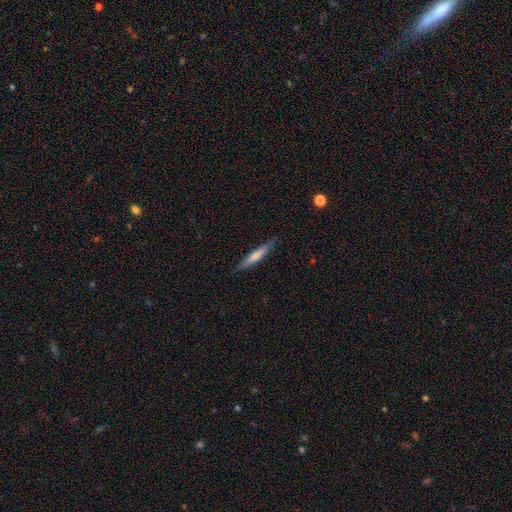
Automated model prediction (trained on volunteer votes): Smooth or featured? Predicted: smooth (p=0.63). How rounded? Predicted: cigar-shaped (p=0.92). Merging? Predicted: none (p=0.86).